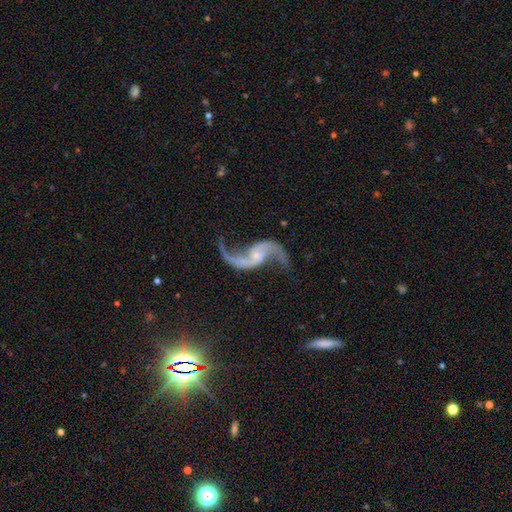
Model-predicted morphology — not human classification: featured or disk 92%, star or artifact 5%, smooth 3%. Down the decision tree: edge-on disk — no (97%); bar — no (55%); spiral arms — yes (97%); spiral arm count — 2 (94%); spiral winding — loose (87%); bulge size — small (62%); merging — none (71%).